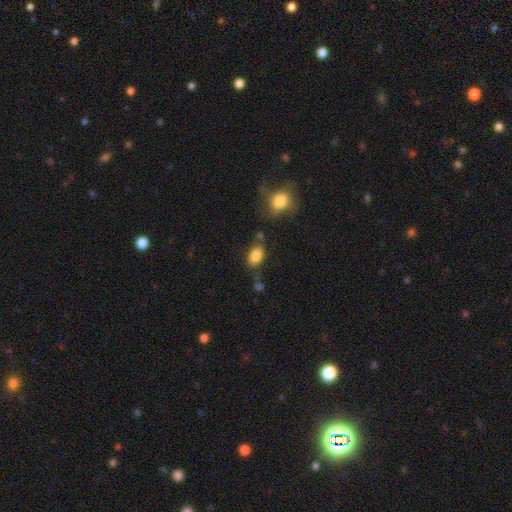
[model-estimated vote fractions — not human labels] A smooth galaxy with no disk features (86%) that is in between round and cigar-shaped (89%).

Vote fractions:
- Smooth or featured? smooth: 86% / star or artifact: 8% / featured or disk: 6%
- How rounded? in between: 89% / round: 9% / cigar-shaped: 2%
- Merging? none: 70% / minor disturbance: 17% / merger: 8% / major disturbance: 5%